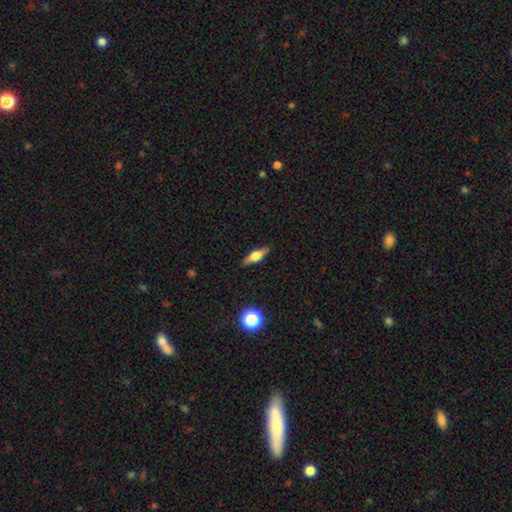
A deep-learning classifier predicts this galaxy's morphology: Smooth or featured?
  - smooth: 50% *
  - featured or disk: 42%
  - star or artifact: 8%
Merging?
  - none: 87% *
  - minor disturbance: 10%
  - major disturbance: 2%
  - merger: 1%